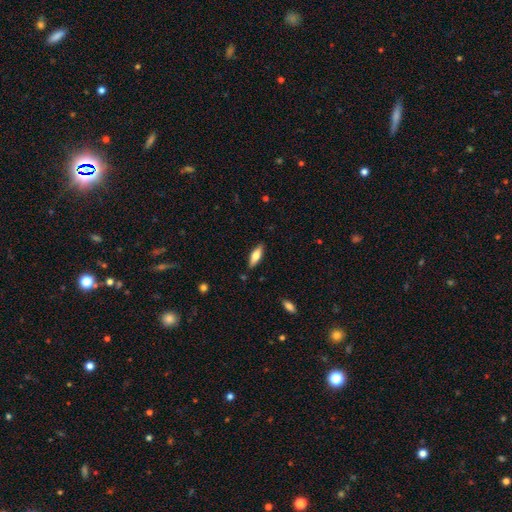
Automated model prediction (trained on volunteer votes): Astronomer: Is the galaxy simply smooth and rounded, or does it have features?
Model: smooth — 66%.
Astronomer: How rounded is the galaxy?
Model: in between — 55% (runner-up: cigar-shaped, 43%).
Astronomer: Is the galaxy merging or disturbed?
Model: none — 87%.